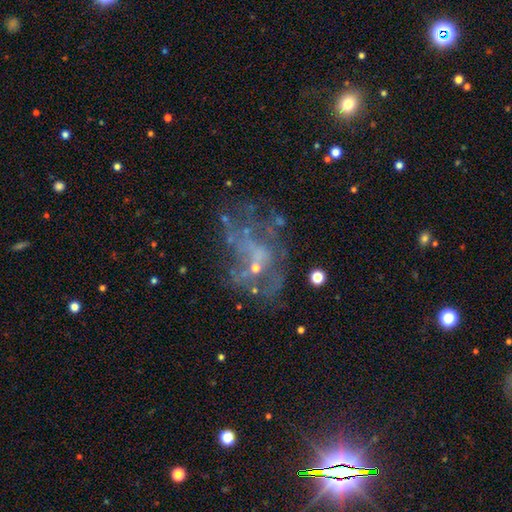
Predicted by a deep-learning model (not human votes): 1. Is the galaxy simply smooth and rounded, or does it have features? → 60% featured or disk, 25% star or artifact, 15% smooth.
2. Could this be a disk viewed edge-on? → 97% no, 3% yes.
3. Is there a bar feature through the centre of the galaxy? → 81% no, 15% weak, 4% strong.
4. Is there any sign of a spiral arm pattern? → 78% no, 22% yes.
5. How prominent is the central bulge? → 46% none, 38% small, 13% moderate, 2% large, 1% dominant.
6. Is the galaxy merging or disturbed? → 41% none, 34% major disturbance, 16% minor disturbance, 9% merger.